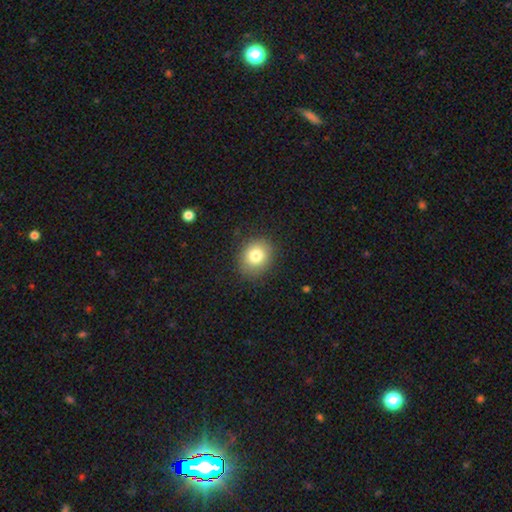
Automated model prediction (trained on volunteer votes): Smooth or featured: smooth — 80% (star or artifact — 10%)
How rounded: round — 66% (in between — 33%)
Merging: none — 86% (minor disturbance — 10%)